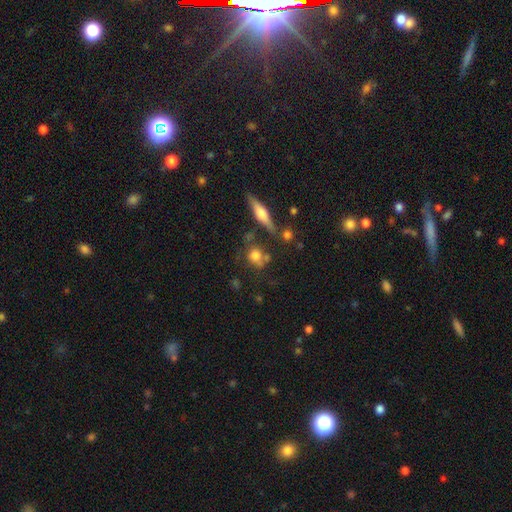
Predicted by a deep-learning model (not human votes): A smooth galaxy with no disk features (67%) that is round (63%).

Vote fractions:
- Smooth or featured? smooth: 67% / featured or disk: 21% / star or artifact: 12%
- How rounded? round: 63% / in between: 30% / cigar-shaped: 6%
- Merging? none: 59% / minor disturbance: 17% / merger: 17% / major disturbance: 7%